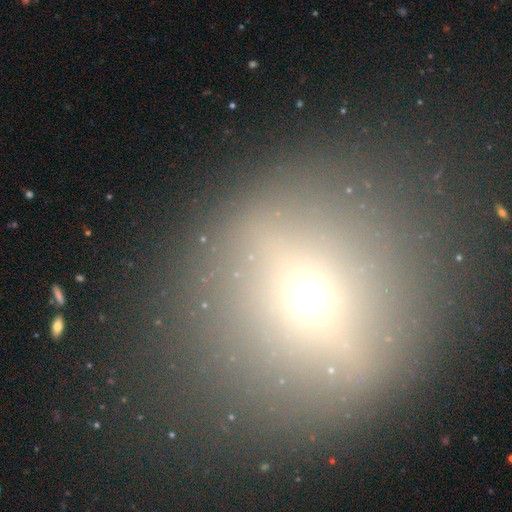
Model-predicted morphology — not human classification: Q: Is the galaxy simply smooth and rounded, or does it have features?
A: smooth — 48%.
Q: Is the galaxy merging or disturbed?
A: none — 84%.